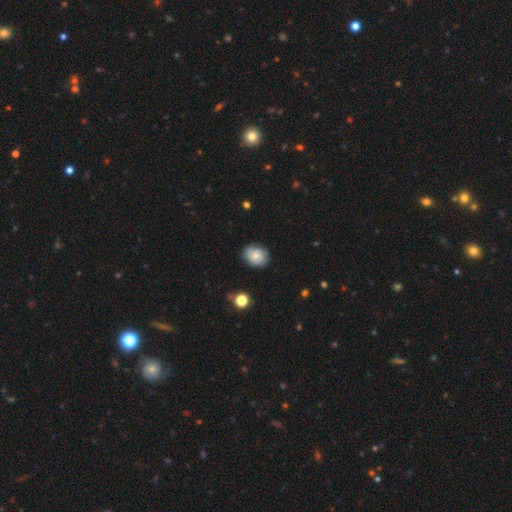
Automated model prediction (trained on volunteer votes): Q: Smooth or featured?
A: smooth (65%); runner-up: featured or disk (26%)
Q: How rounded?
A: in between (53%); runner-up: round (46%)
Q: Merging?
A: none (75%); runner-up: minor disturbance (20%)